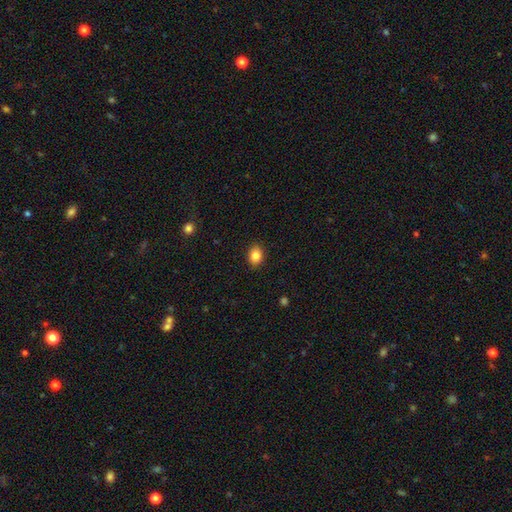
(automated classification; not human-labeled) Smooth or featured? Predicted: smooth (p=0.85). How rounded? Predicted: in between (p=0.63). Merging? Predicted: none (p=0.90).